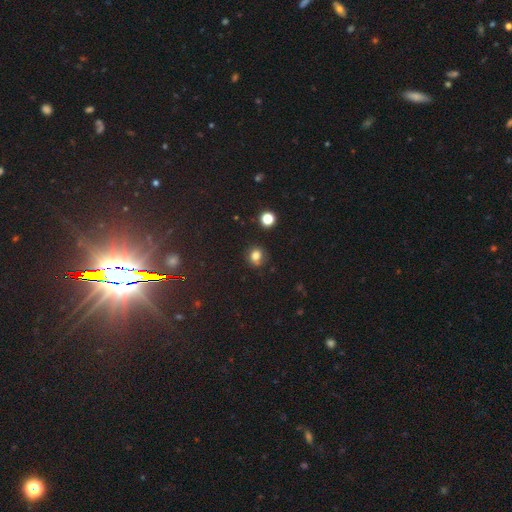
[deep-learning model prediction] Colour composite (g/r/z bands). It shows a smooth galaxy with no disk features (78%) that is round (75%). Merging: none (77%).